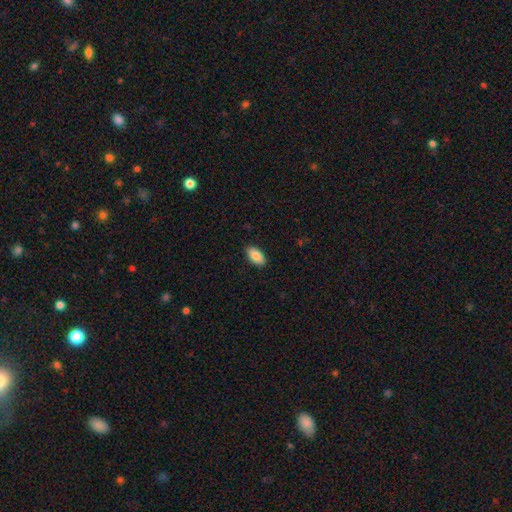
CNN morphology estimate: Smooth or featured? smooth (87%)
How rounded? in between (95%)
Merging? none (90%)